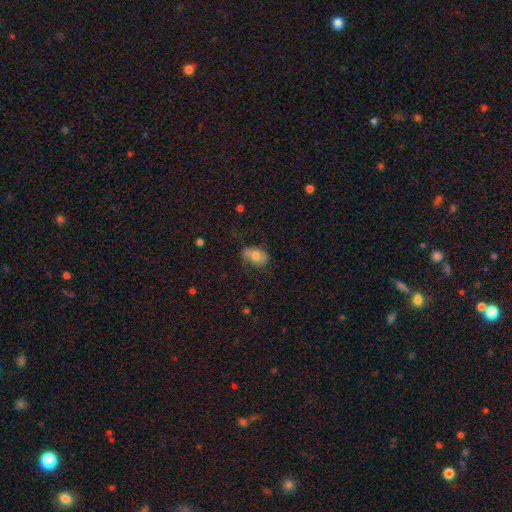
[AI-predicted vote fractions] smooth-or-featured: smooth: 59% | featured or disk: 32% | star or artifact: 9%
  how-rounded: in between: 58% | round: 41% | cigar-shaped: 1%
  merging: none: 44% | minor disturbance: 29% | major disturbance: 17% | merger: 10%